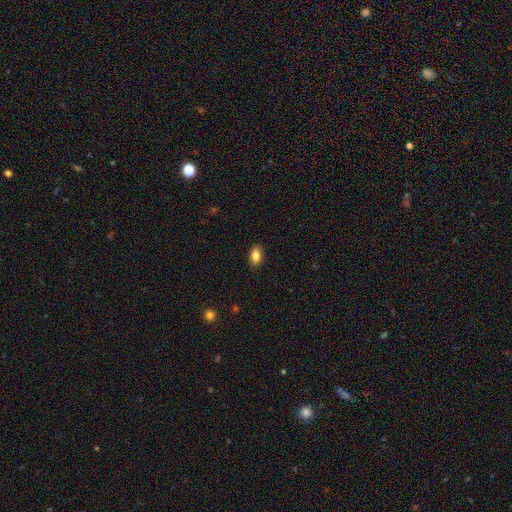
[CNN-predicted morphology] Overall: smooth (85%). How rounded: in between (90%). Merging: none (89%).